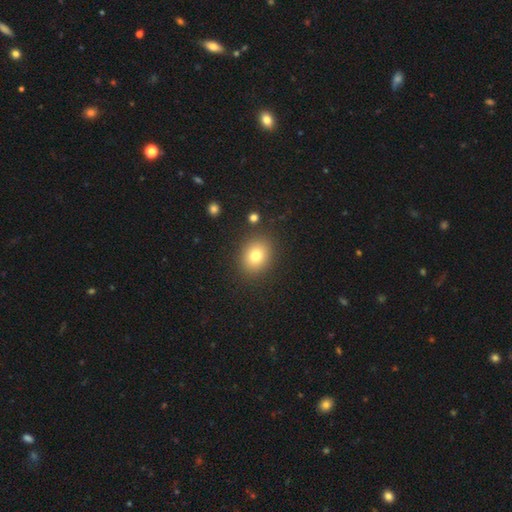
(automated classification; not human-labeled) Morphology: type=smooth (77%); roundness=round (59%); merging=none (88%).